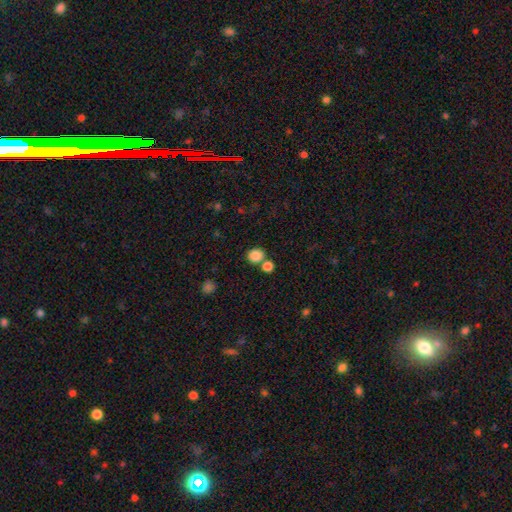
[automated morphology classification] Smooth or featured: smooth — 85% (star or artifact — 11%)
How rounded: round — 81% (in between — 18%)
Merging: none — 67% (merger — 21%)